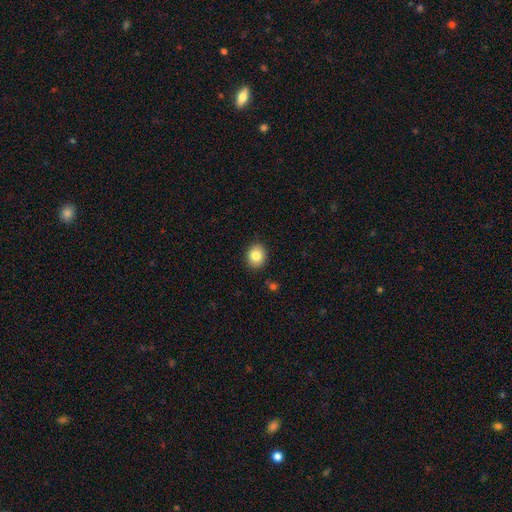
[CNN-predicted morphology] The model was most divided on "how rounded": round: 69%, in between: 30%, cigar-shaped: 1%. More confident: merging — none (87%); smooth or featured — smooth (83%).